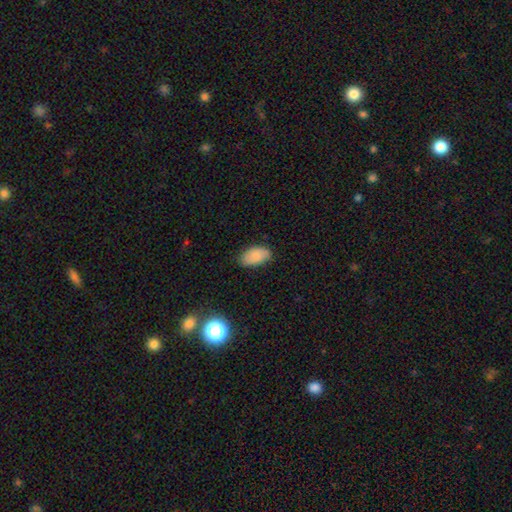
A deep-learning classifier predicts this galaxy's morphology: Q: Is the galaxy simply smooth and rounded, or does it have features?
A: smooth — 83%.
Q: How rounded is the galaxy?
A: in between — 94%.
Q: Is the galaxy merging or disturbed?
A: none — 76%.